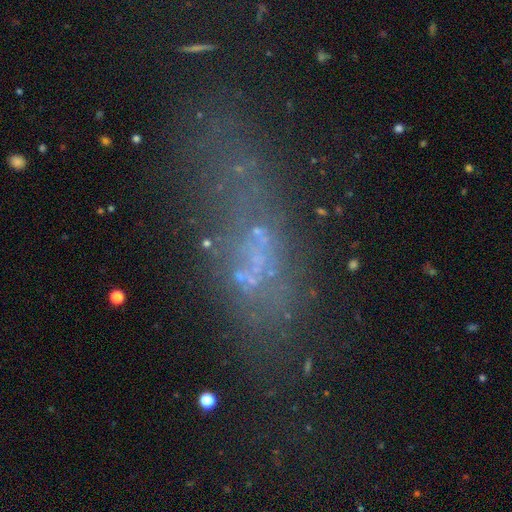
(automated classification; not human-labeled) Smooth or featured: featured or disk — 38% (star or artifact — 32%)
Merging: none — 46% (major disturbance — 23%)